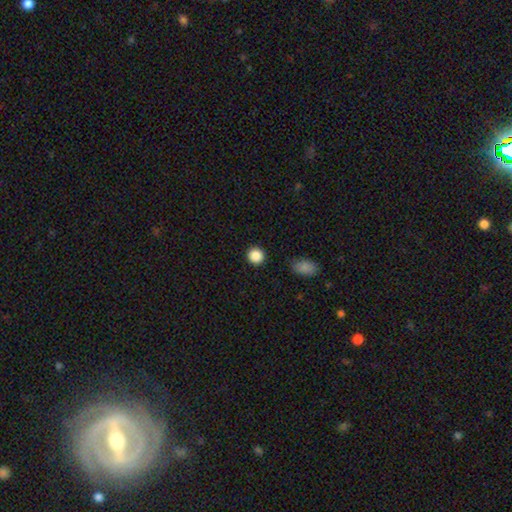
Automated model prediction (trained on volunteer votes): A smooth galaxy with no disk features (87%) that is round (93%). Merging: none (91%).